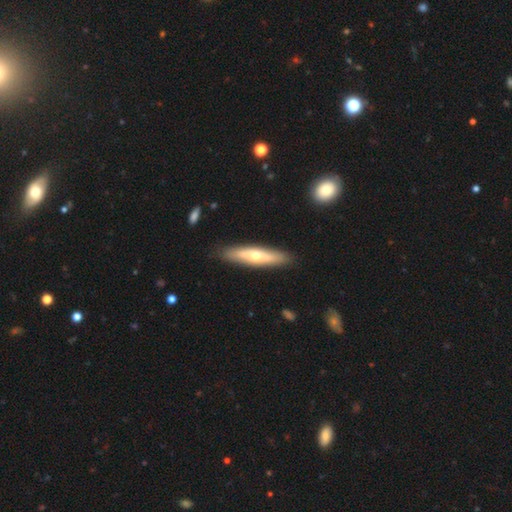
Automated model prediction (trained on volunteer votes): smooth-or-featured: smooth: 49% | featured or disk: 46% | star or artifact: 5%
  merging: none: 88% | minor disturbance: 9% | major disturbance: 2% | merger: 1%